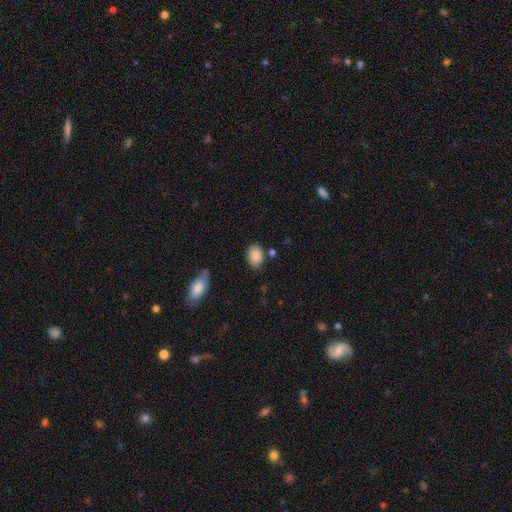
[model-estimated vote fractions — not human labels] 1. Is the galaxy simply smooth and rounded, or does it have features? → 87% smooth, 8% star or artifact, 5% featured or disk.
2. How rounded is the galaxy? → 80% in between, 19% round, 1% cigar-shaped.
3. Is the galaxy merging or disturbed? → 75% none, 16% minor disturbance, 5% merger, 4% major disturbance.